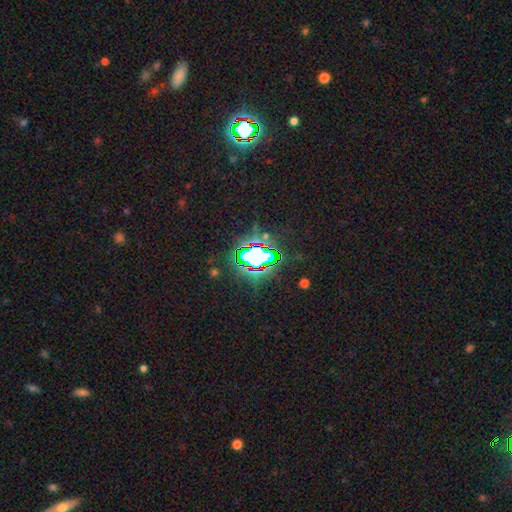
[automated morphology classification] Smooth or featured? star or artifact (74%)